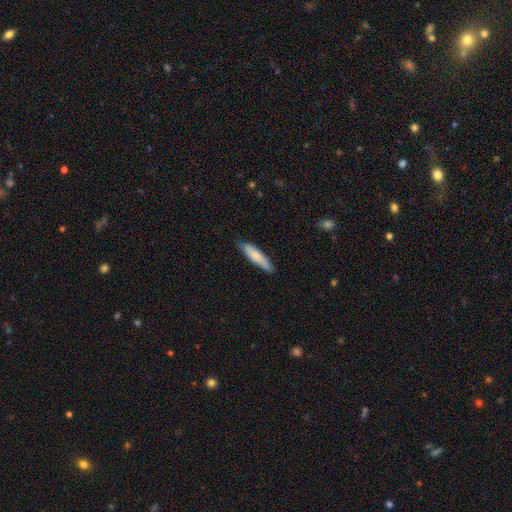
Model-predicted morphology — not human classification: The model was most divided on "smooth or featured": smooth: 76%, featured or disk: 19%, star or artifact: 5%. More confident: how rounded — cigar-shaped (80%); merging — none (79%).